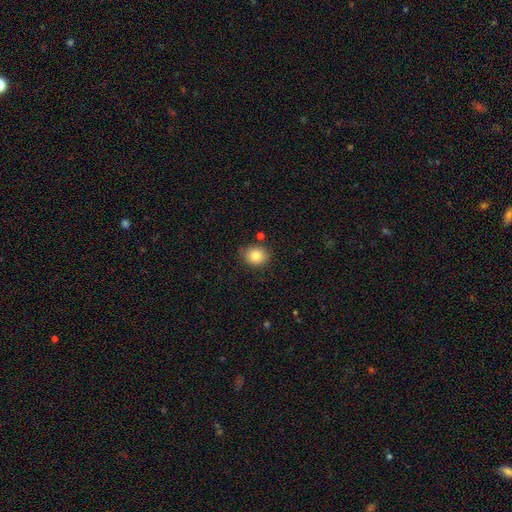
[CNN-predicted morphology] Smooth or featured: smooth — 83% (star or artifact — 10%)
How rounded: round — 68% (in between — 31%)
Merging: none — 82% (minor disturbance — 12%)